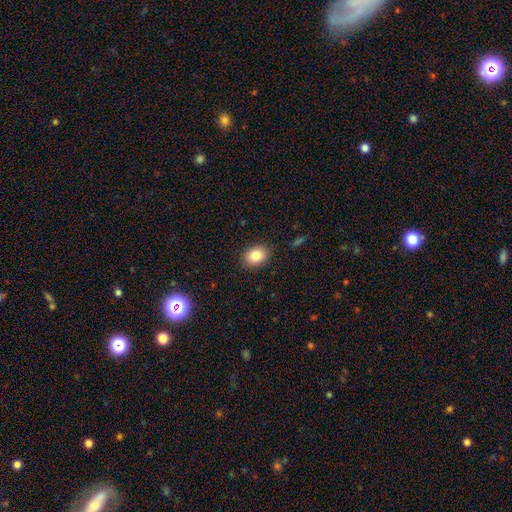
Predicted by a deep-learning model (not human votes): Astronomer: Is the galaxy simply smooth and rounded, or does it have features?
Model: smooth — 84%.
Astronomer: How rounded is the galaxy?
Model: in between — 63%.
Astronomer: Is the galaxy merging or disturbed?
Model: none — 89%.